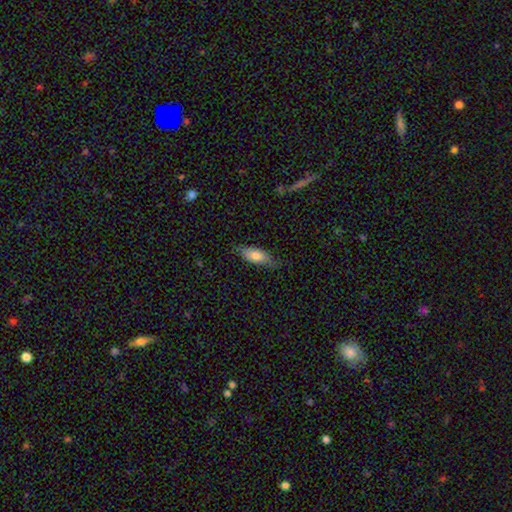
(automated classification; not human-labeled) smooth_or_featured: smooth (p=0.72) [alt: featured or disk p=0.21]
how_rounded: in between (p=0.70) [alt: cigar-shaped p=0.28]
merging: none (p=0.74) [alt: minor disturbance p=0.21]